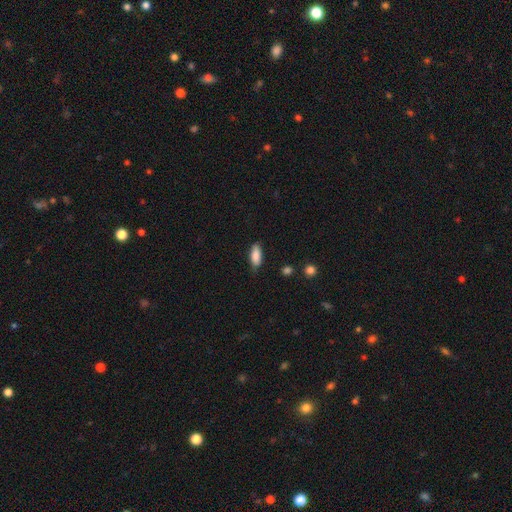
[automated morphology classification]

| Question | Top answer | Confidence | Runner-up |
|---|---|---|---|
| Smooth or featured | smooth | 85% | featured or disk (8%) |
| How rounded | in between | 78% | cigar-shaped (20%) |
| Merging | none | 76% | minor disturbance (19%) |